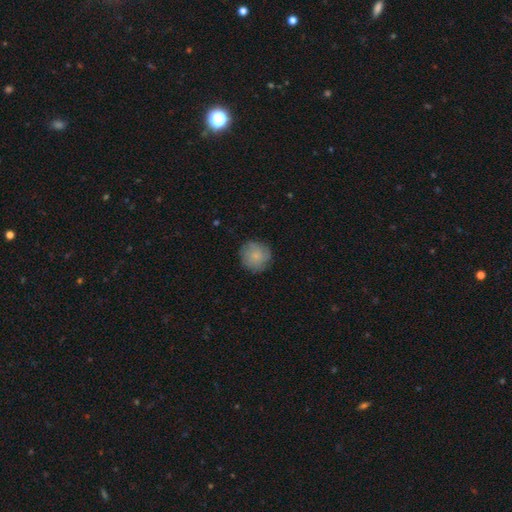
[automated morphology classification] Smooth or featured: smooth — 74% (featured or disk — 18%)
How rounded: round — 92% (in between — 7%)
Merging: none — 82% (minor disturbance — 13%)